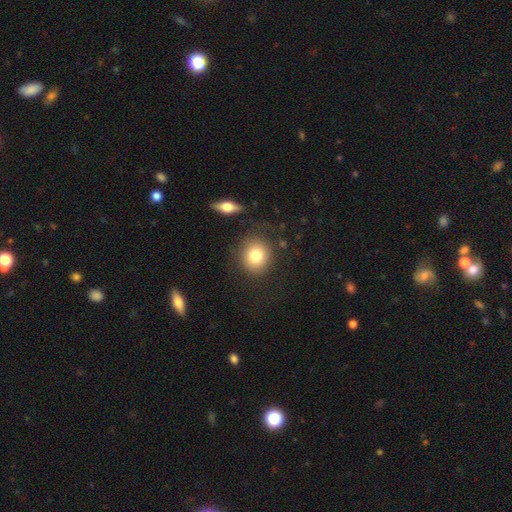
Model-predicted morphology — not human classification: Smooth or featured: smooth — 80% (featured or disk — 11%)
How rounded: round — 82% (in between — 17%)
Merging: none — 81% (minor disturbance — 11%)